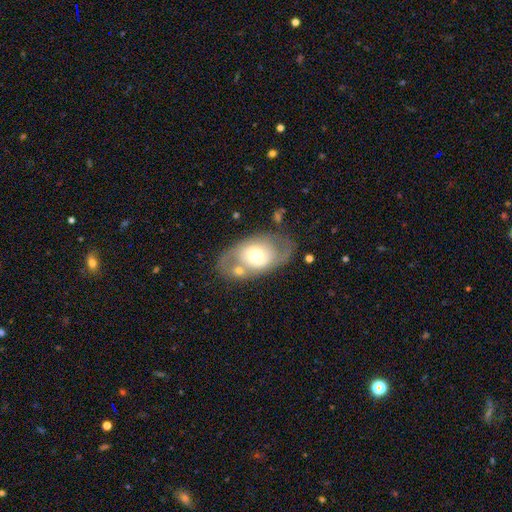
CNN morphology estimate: A featured or disk galaxy (59%) with no bar (66%), no spiral arms (53%) and a moderate central bulge (64%).

Vote fractions:
- Smooth or featured? featured or disk: 59% / smooth: 35% / star or artifact: 6%
- Edge-on disk? no: 92% / yes: 8%
- Bar? no: 66% / weak: 25% / strong: 9%
- Spiral arms? no: 53% / yes: 47%
- Bulge size? moderate: 64% / large: 17% / small: 17% / dominant: 2% / none: 1%
- Merging? none: 59% / minor disturbance: 18% / merger: 12% / major disturbance: 11%